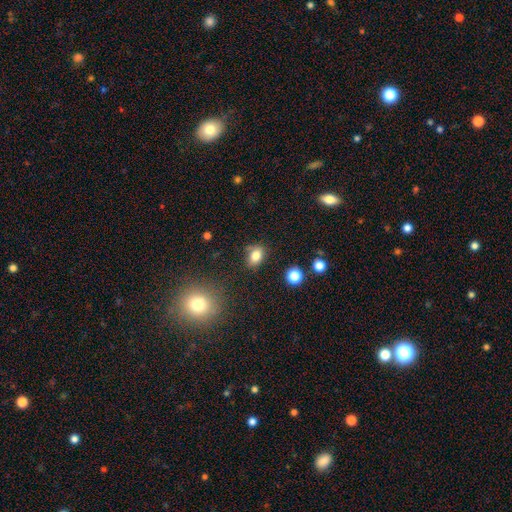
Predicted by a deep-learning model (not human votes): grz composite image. It shows a smooth galaxy with no disk features (82%) that is in between round and cigar-shaped (71%). Merging: none (73%).